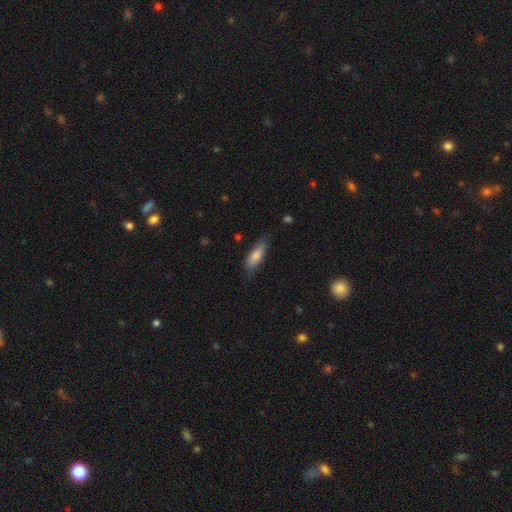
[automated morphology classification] type=smooth (78%); roundness=in between (58%); merging=none (72%).